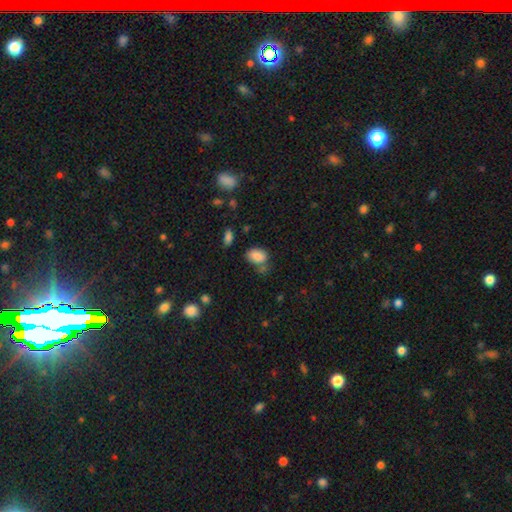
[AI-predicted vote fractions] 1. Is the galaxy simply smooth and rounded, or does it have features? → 83% smooth, 10% star or artifact, 7% featured or disk.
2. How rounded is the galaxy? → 84% in between, 14% round, 1% cigar-shaped.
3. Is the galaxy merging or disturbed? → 55% none, 24% minor disturbance, 12% merger, 9% major disturbance.